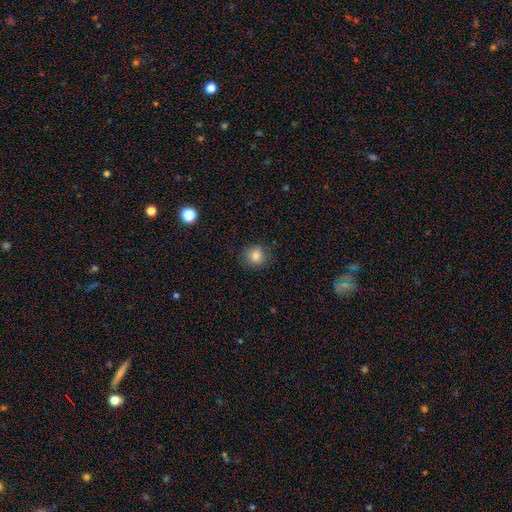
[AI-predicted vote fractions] Smooth or featured?
  - smooth: 82% *
  - star or artifact: 11%
  - featured or disk: 7%
How rounded?
  - round: 89% *
  - in between: 10%
  - cigar-shaped: 1%
Merging?
  - none: 87% *
  - minor disturbance: 9%
  - major disturbance: 3%
  - merger: 1%